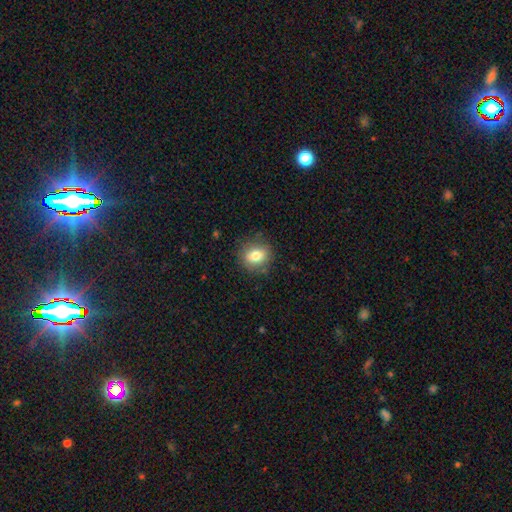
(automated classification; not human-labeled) This appears to be a smooth galaxy with no disk features (78%) that is round (65%). Merging: none (84%).